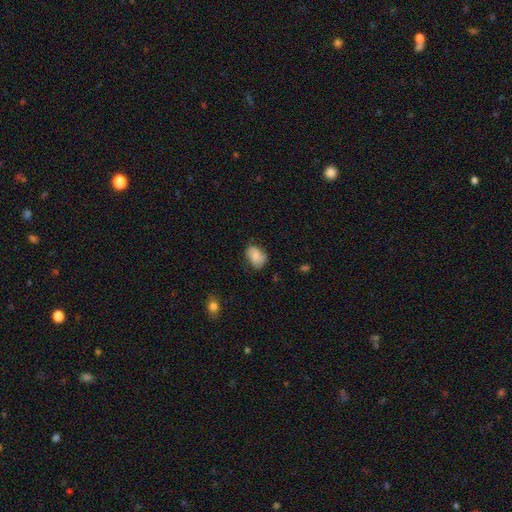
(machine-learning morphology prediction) Smooth or featured?
  - smooth: 72% *
  - featured or disk: 20%
  - star or artifact: 8%
How rounded?
  - in between: 71% *
  - round: 28%
  - cigar-shaped: 1%
Merging?
  - none: 62% *
  - minor disturbance: 30%
  - major disturbance: 7%
  - merger: 2%